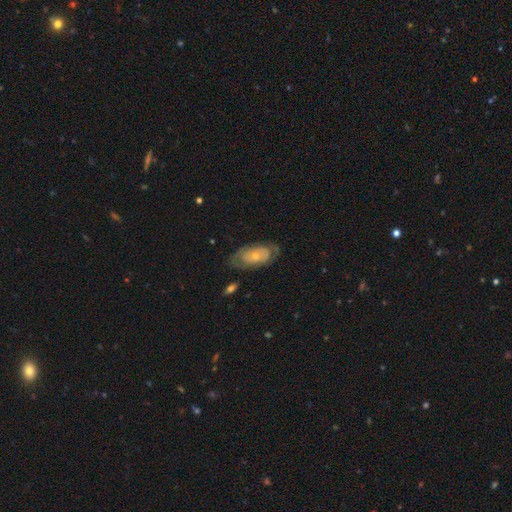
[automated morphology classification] Smooth or featured? Predicted: featured or disk (p=0.63). Edge-on disk? Predicted: no (p=0.91). Bar? Predicted: no (p=0.84). Spiral arms? Predicted: yes (p=0.57). Bulge size? Predicted: small (p=0.59). Merging? Predicted: none (p=0.64).